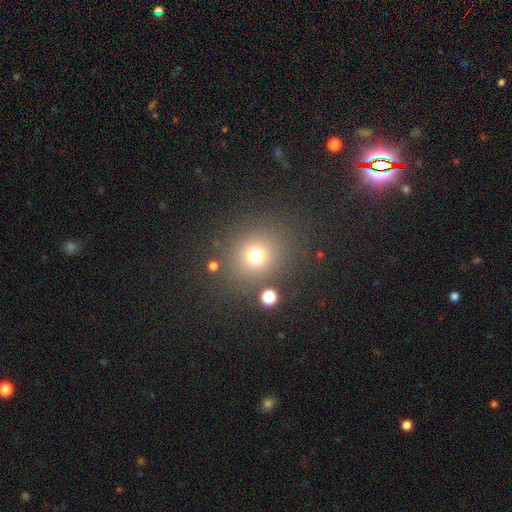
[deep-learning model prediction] This is likely a smooth galaxy (72%). How rounded: clearly round (86%). Merging: clearly none (83%).